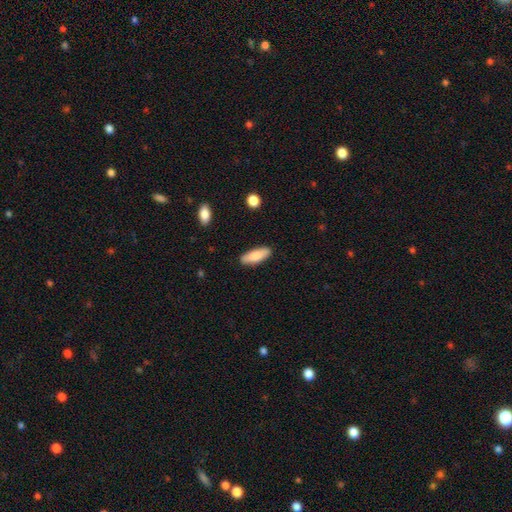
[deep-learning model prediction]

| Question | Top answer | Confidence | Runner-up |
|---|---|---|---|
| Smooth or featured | smooth | 79% | featured or disk (15%) |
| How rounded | in between | 61% | cigar-shaped (37%) |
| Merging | none | 87% | minor disturbance (10%) |